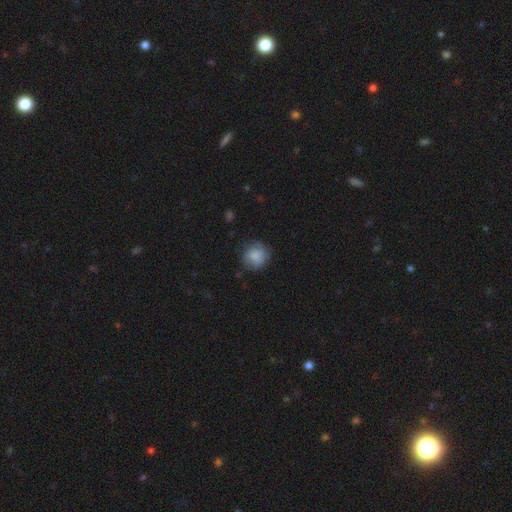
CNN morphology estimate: The model was most divided on "merging": none: 71%, minor disturbance: 21%, major disturbance: 7%, merger: 1%. More confident: how rounded — round (84%); smooth or featured — smooth (80%).